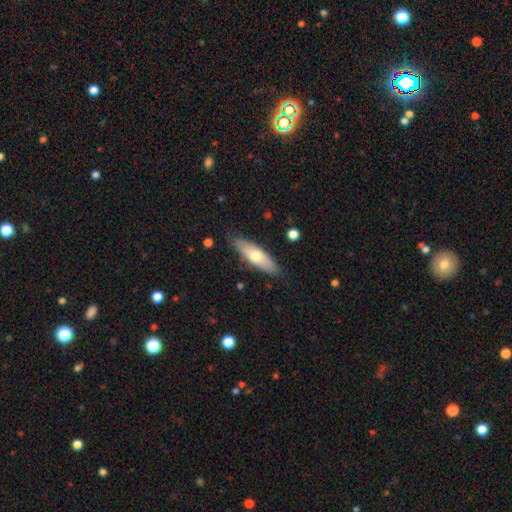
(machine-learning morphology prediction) Smooth or featured? smooth (59%)
How rounded? in between (53%)
Merging? none (83%)